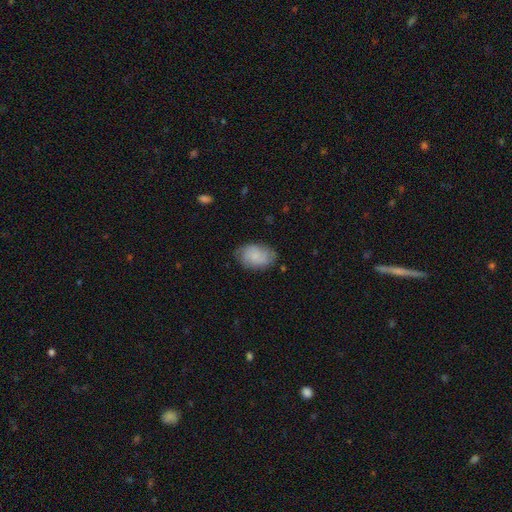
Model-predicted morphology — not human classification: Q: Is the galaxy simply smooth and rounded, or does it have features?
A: smooth — 58%.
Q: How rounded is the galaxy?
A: in between — 88%.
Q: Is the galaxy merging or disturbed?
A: none — 72%.